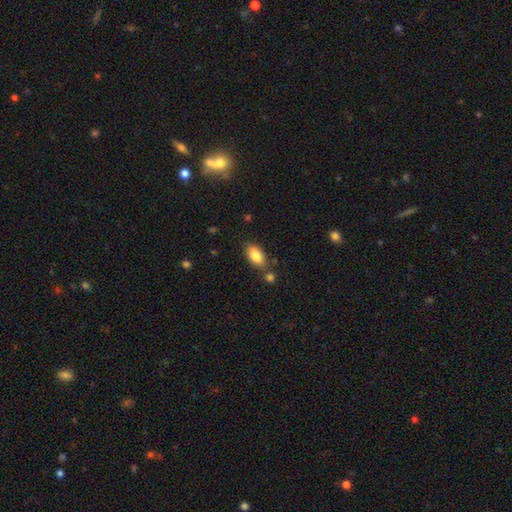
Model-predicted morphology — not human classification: smooth_or_featured: smooth (p=0.84) [alt: featured or disk p=0.09]
how_rounded: in between (p=0.91) [alt: round p=0.05]
merging: none (p=0.73) [alt: minor disturbance p=0.14]